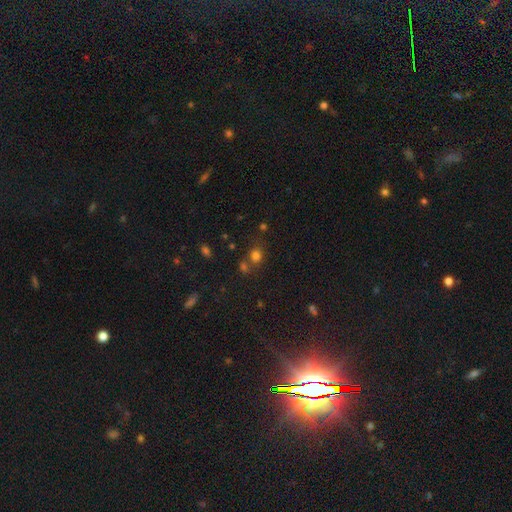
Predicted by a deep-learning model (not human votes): Smooth or featured? Predicted: smooth (p=0.73). How rounded? Predicted: round (p=0.75). Merging? Predicted: none (p=0.63).